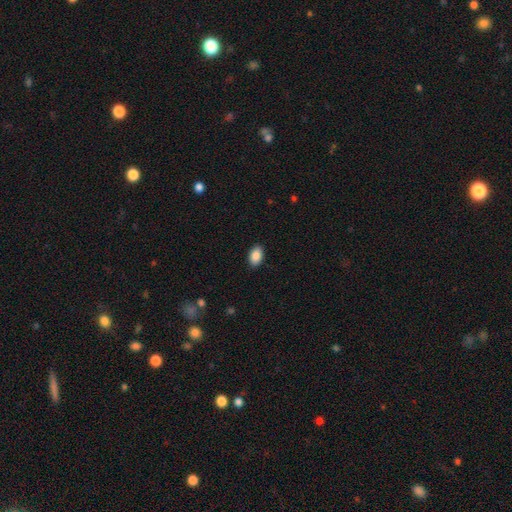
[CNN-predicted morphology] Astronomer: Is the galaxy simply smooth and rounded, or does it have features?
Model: smooth — 89%.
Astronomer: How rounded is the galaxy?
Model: in between — 91%.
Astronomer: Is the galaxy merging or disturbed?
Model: none — 89%.